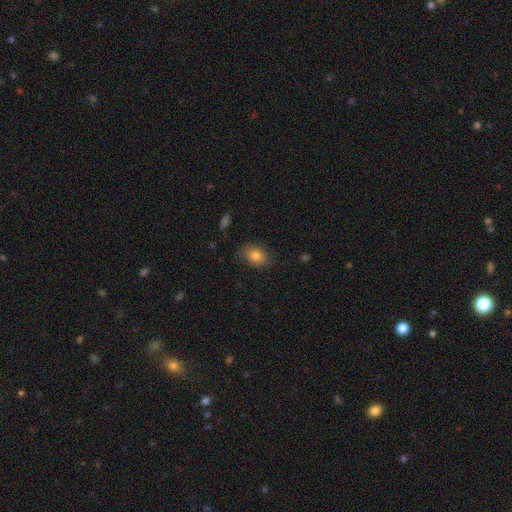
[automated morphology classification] Overall: smooth (81%). How rounded: in between (70%). Merging: none (78%).